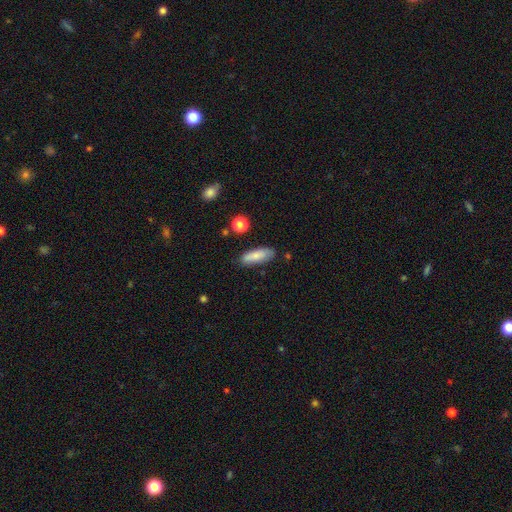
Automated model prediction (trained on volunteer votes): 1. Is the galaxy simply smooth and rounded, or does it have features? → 80% smooth, 13% featured or disk, 7% star or artifact.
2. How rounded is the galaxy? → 57% in between, 41% cigar-shaped, 2% round.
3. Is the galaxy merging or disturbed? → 80% none, 14% minor disturbance, 3% major disturbance, 3% merger.